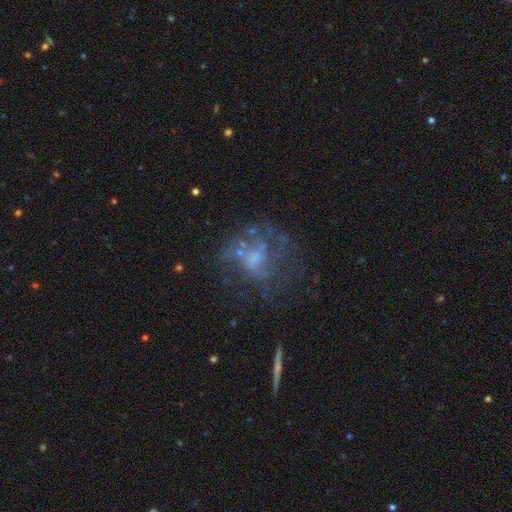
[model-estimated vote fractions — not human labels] This appears to be a featured or disk galaxy (61%) with no bar (71%), no spiral arms (58%) and no central bulge (32%). Merging: none (46%).